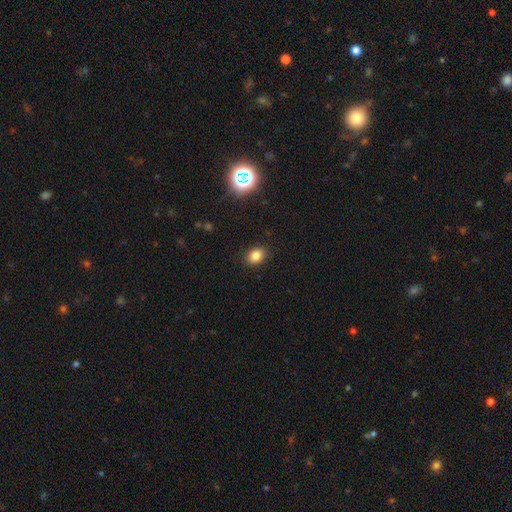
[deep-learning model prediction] smooth-or-featured: smooth: 82% | star or artifact: 12% | featured or disk: 6%
  how-rounded: in between: 63% | round: 36% | cigar-shaped: 1%
  merging: none: 89% | minor disturbance: 8% | major disturbance: 2% | merger: 1%